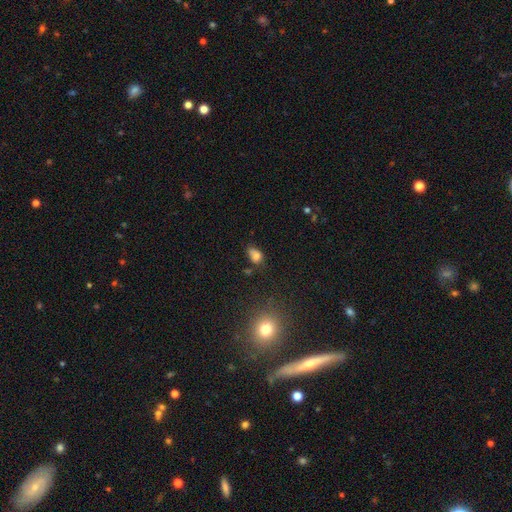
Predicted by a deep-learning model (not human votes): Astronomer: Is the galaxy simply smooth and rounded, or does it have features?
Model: smooth — 75%.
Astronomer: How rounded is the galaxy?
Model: in between — 76%.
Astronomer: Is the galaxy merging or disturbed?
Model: none — 47% (runner-up: minor disturbance, 30%).